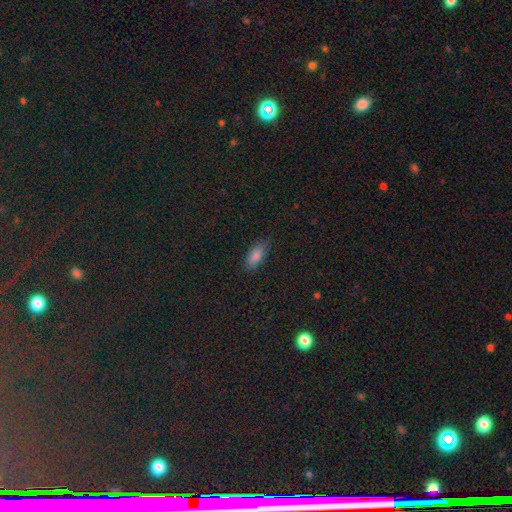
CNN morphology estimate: The model was most divided on "merging": none: 82%, minor disturbance: 14%, major disturbance: 3%, merger: 1%. More confident: how rounded — in between (84%); smooth or featured — smooth (80%).